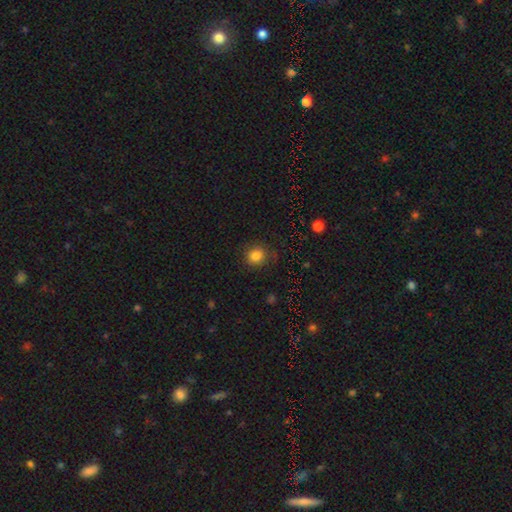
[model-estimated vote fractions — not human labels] Overall: smooth (82%). How rounded: round (83%). Merging: none (82%).